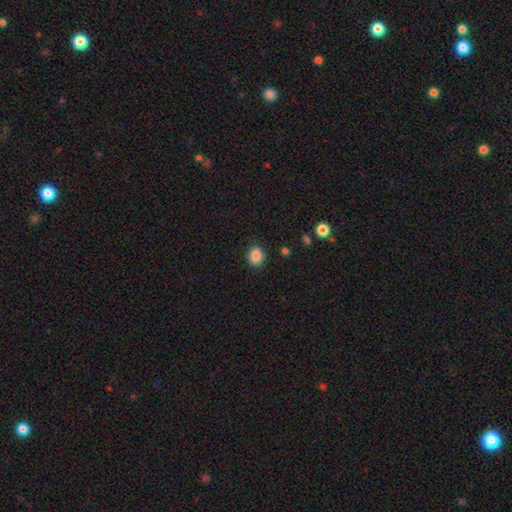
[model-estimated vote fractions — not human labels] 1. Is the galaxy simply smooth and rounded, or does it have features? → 87% smooth, 10% star or artifact, 4% featured or disk.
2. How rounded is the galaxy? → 51% in between, 48% round, 1% cigar-shaped.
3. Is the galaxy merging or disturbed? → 85% none, 11% minor disturbance, 3% major disturbance, 1% merger.